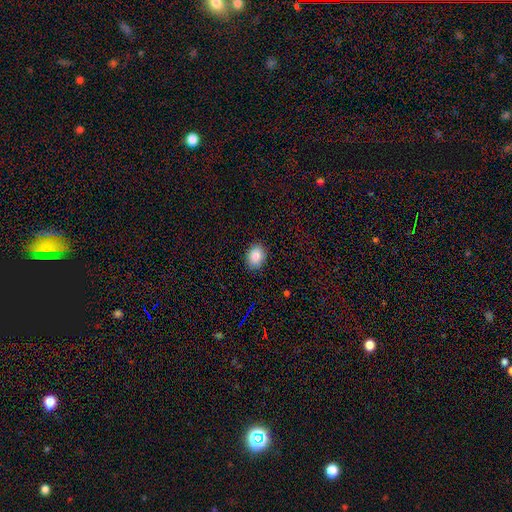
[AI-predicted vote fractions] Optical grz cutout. It shows a smooth galaxy with no disk features (88%) that is in between round and cigar-shaped (68%). Merging: none (87%).